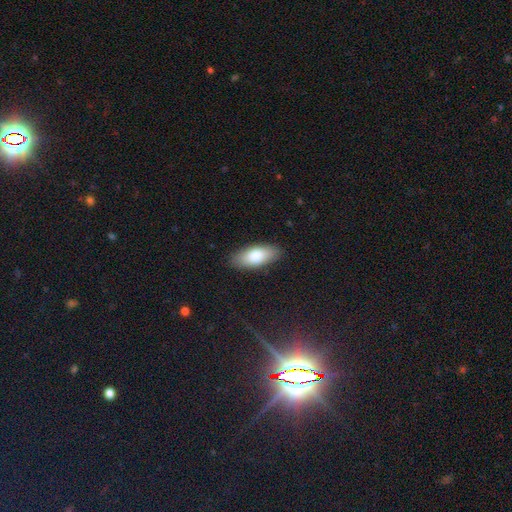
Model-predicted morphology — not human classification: Smooth or featured? smooth (79%)
How rounded? in between (83%)
Merging? none (87%)